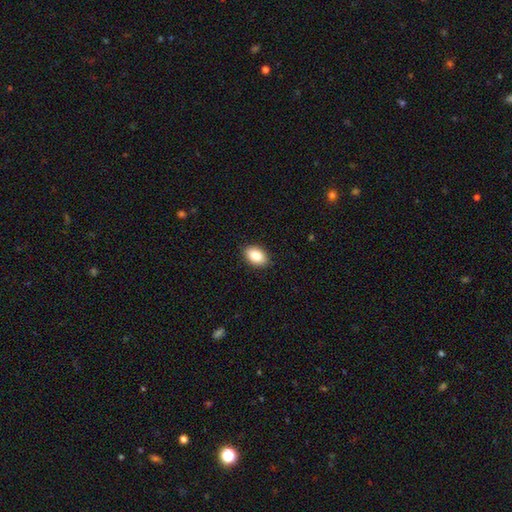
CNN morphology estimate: A smooth galaxy with no disk features (86%) that is in between round and cigar-shaped (89%).

Vote fractions:
- Smooth or featured? smooth: 86% / star or artifact: 7% / featured or disk: 7%
- How rounded? in between: 89% / round: 10% / cigar-shaped: 1%
- Merging? none: 90% / minor disturbance: 7% / major disturbance: 2% / merger: 1%